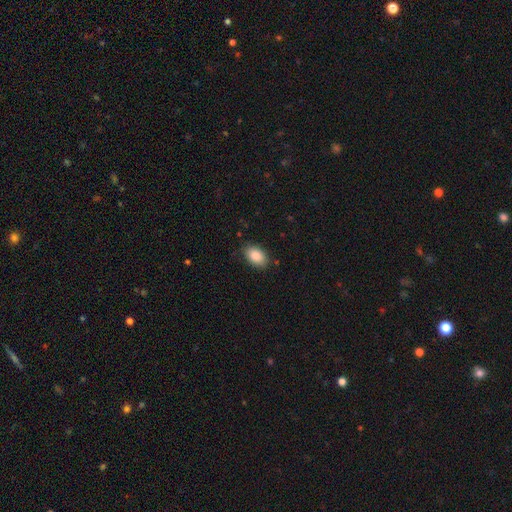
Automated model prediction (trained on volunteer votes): smooth-or-featured: smooth: 85% | star or artifact: 7% | featured or disk: 7%
  how-rounded: in between: 88% | round: 11% | cigar-shaped: 1%
  merging: none: 86% | minor disturbance: 11% | major disturbance: 2% | merger: 1%